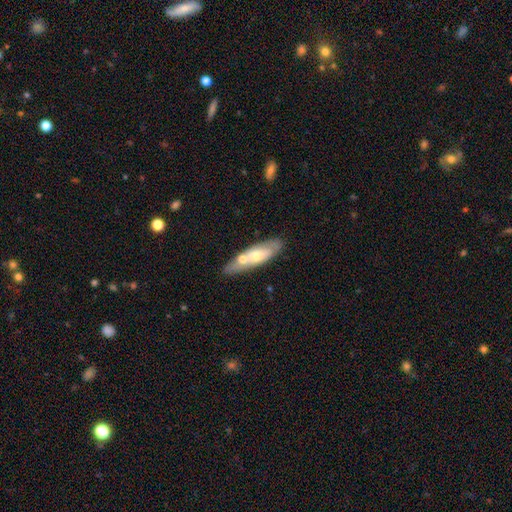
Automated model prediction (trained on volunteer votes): smooth-or-featured: featured or disk: 48% | smooth: 46% | star or artifact: 6%
  merging: none: 62% | merger: 20% | minor disturbance: 14% | major disturbance: 4%